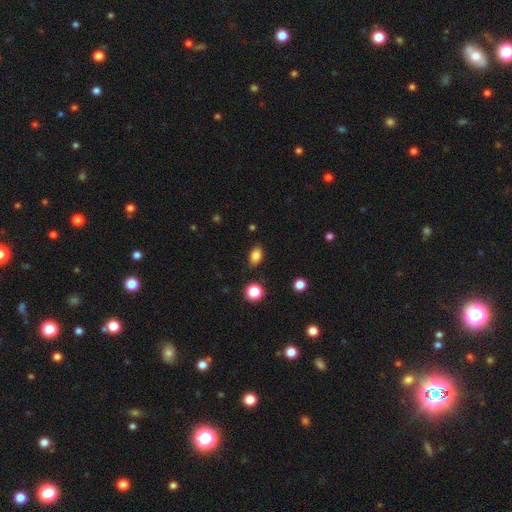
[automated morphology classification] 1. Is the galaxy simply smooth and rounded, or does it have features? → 84% smooth, 11% star or artifact, 5% featured or disk.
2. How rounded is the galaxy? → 81% in between, 17% round, 2% cigar-shaped.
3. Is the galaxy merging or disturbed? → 84% none, 12% minor disturbance, 3% major disturbance, 2% merger.